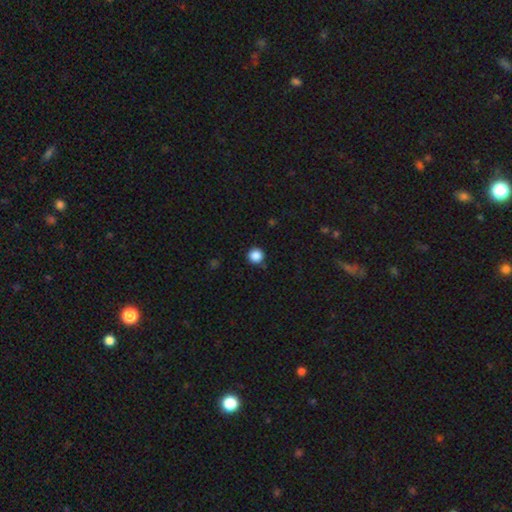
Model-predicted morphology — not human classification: Overall: smooth (87%). How rounded: round (96%). Merging: none (89%).